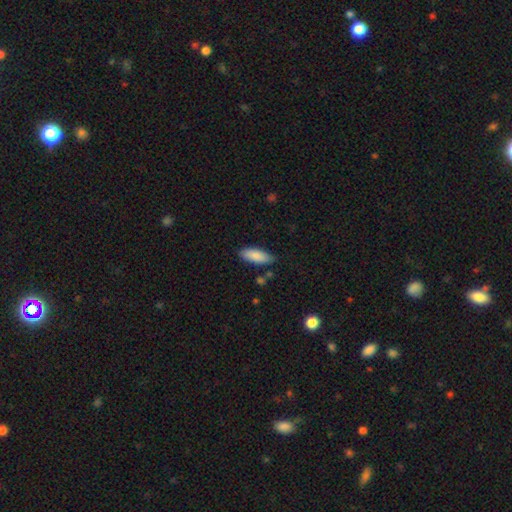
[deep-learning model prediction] This appears to be a smooth galaxy with no disk features (86%) that is in between round and cigar-shaped (74%). Merging: none (78%).